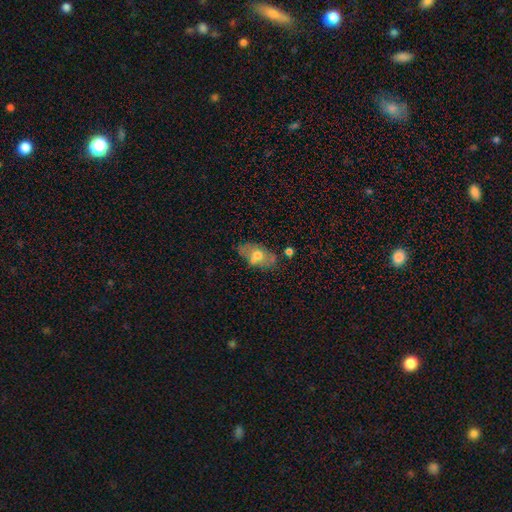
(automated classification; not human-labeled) This is possibly a smooth galaxy (49%). Merging: likely none (66%).